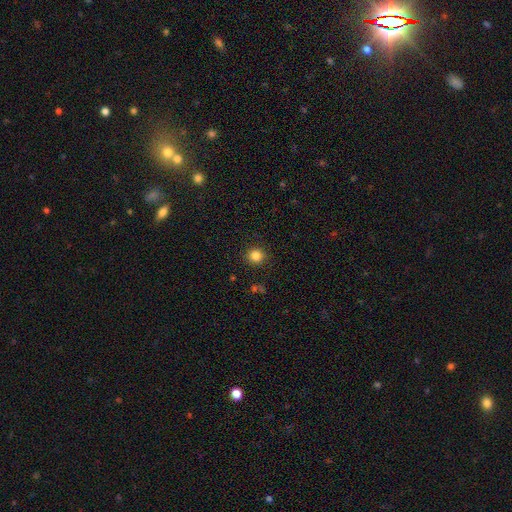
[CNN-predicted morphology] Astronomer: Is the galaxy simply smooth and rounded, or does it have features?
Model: smooth — 84%.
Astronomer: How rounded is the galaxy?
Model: round — 92%.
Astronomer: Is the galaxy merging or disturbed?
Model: none — 90%.